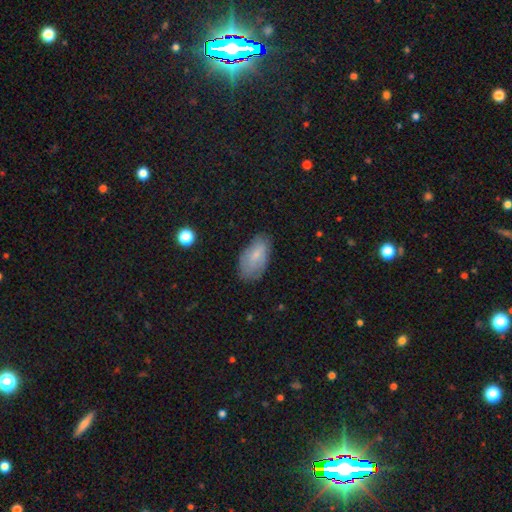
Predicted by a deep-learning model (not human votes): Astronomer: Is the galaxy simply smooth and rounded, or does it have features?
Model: smooth — 72%.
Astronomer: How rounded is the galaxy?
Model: in between — 94%.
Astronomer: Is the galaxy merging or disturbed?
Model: none — 73%.